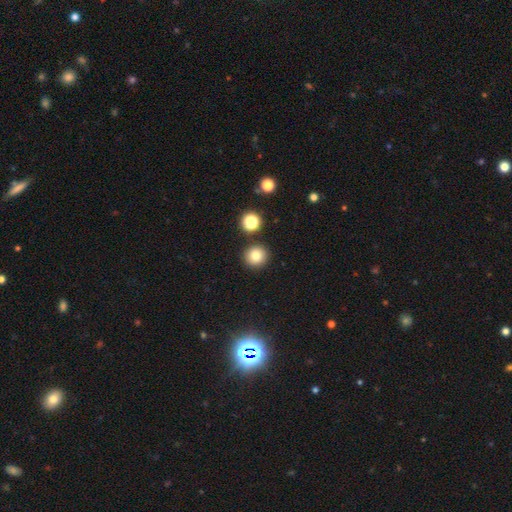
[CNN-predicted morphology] type=smooth (80%); roundness=round (93%); merging=none (88%).